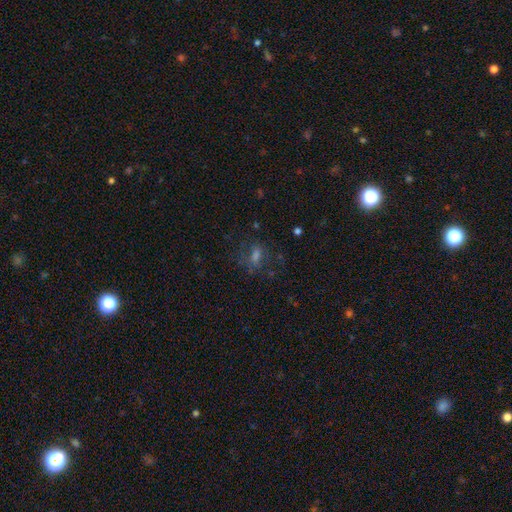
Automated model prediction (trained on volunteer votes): smooth-or-featured: smooth: 44% | star or artifact: 29% | featured or disk: 27%
  merging: none: 62% | major disturbance: 18% | minor disturbance: 18% | merger: 3%